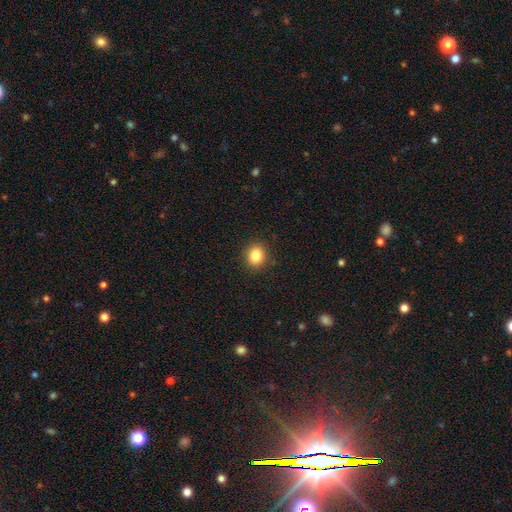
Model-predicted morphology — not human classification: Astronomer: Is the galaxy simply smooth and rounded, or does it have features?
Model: smooth — 84%.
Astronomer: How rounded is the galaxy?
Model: round — 74%.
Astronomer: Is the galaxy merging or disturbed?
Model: none — 90%.